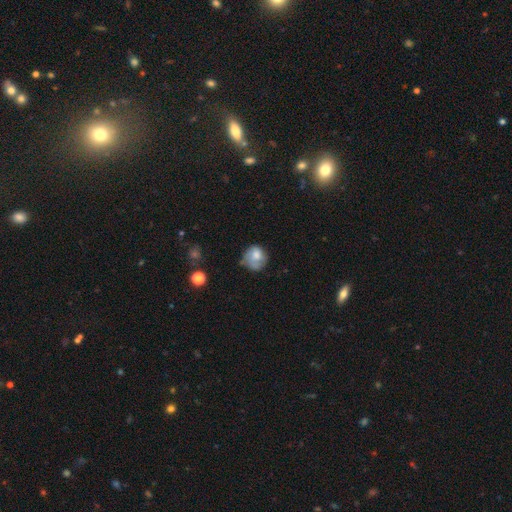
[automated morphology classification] Overall: smooth (69%). How rounded: round (74%). Merging: none (46%; minor disturbance 33%).